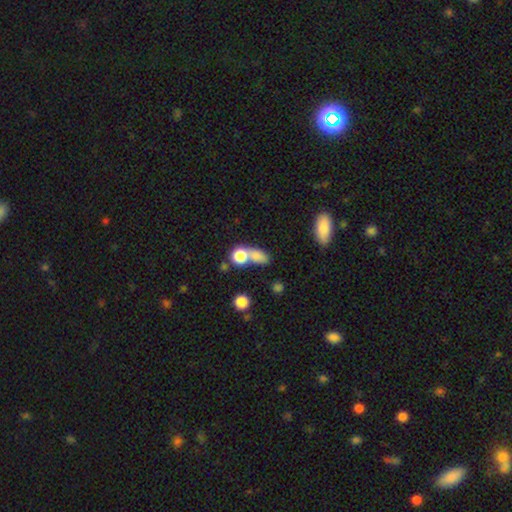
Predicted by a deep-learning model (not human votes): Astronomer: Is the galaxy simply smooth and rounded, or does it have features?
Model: smooth — 77%.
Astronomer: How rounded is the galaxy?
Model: in between — 49% (runner-up: round, 44%).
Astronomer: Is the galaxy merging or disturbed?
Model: merger — 55%.